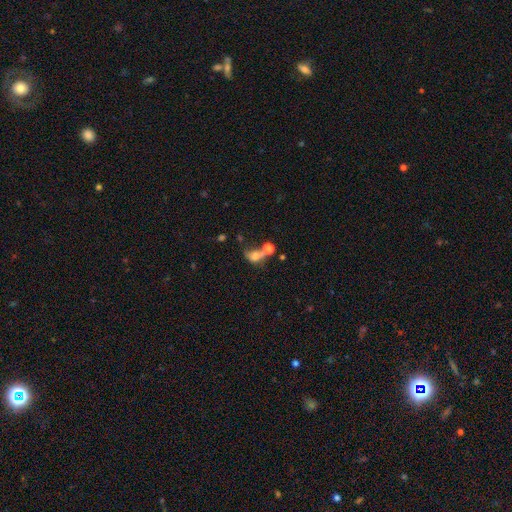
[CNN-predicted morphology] A smooth galaxy with no disk features (65%) that is in between round and cigar-shaped (57%). Merging: merger (50%).